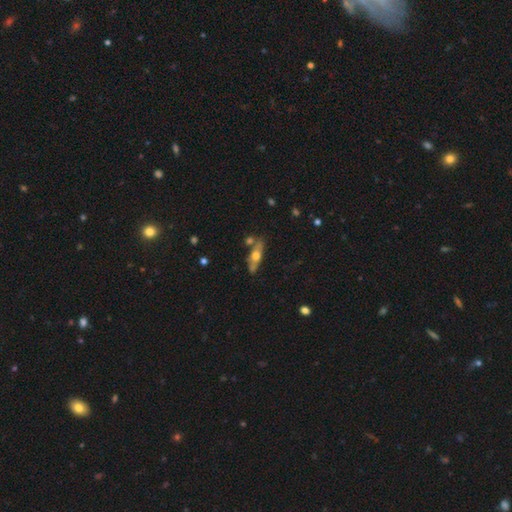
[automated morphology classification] Smooth or featured: featured or disk — 52% (smooth — 41%)
Edge-on disk: yes — 74% (no — 26%)
Merging: none — 70% (minor disturbance — 15%)